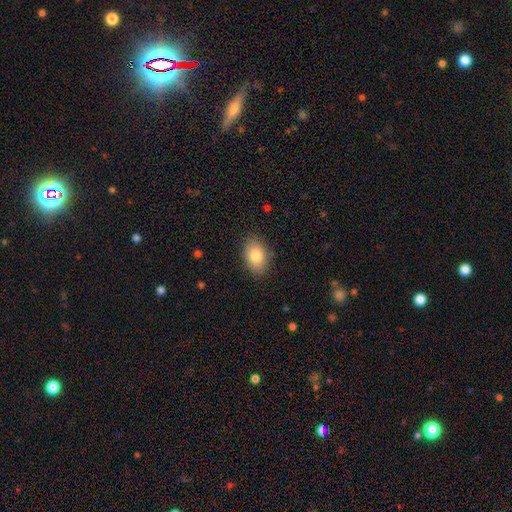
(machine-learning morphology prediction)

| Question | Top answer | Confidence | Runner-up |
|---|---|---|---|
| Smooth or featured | smooth | 83% | featured or disk (9%) |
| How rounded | in between | 83% | round (16%) |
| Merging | none | 85% | minor disturbance (11%) |